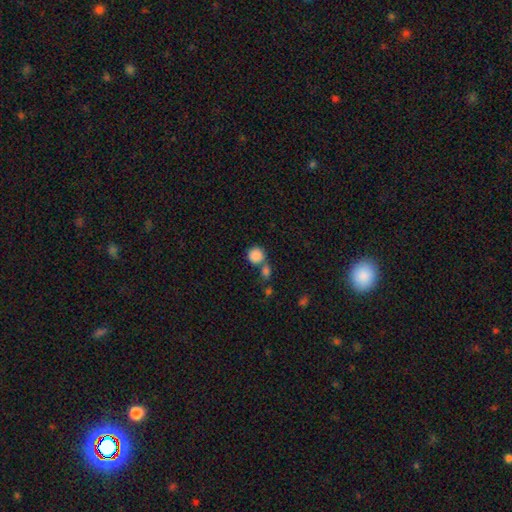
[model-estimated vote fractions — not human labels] Q: Smooth or featured?
A: smooth (86%); runner-up: star or artifact (9%)
Q: How rounded?
A: round (88%); runner-up: in between (11%)
Q: Merging?
A: none (51%); runner-up: merger (35%)